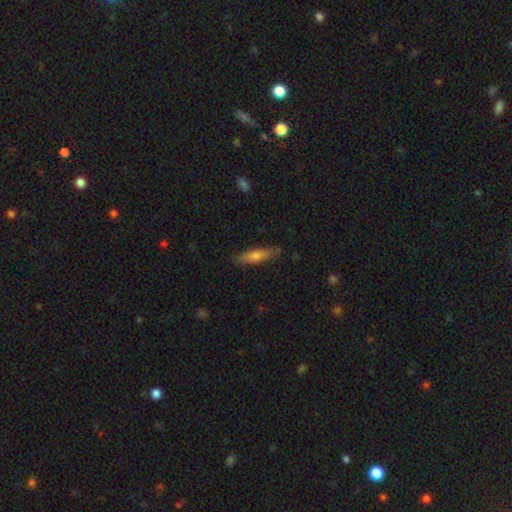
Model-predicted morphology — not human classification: type=smooth (68%); roundness=cigar-shaped (71%); merging=none (84%).